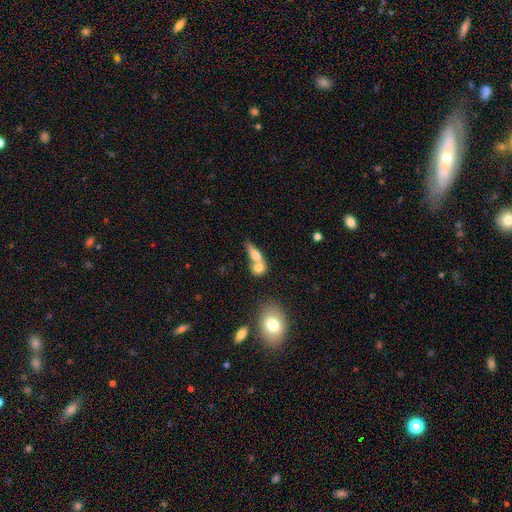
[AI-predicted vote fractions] The model was most divided on "how rounded": in between: 57%, cigar-shaped: 24%, round: 19%. More confident: smooth or featured — smooth (67%); merging — merger (63%).